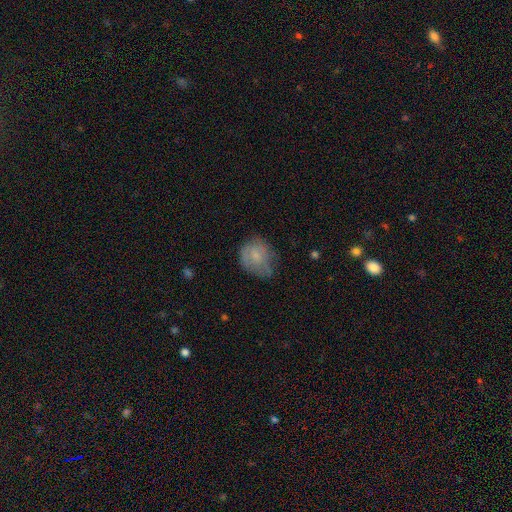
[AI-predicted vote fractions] A smooth galaxy with no disk features (66%) that is round (64%). Merging: none (45%).